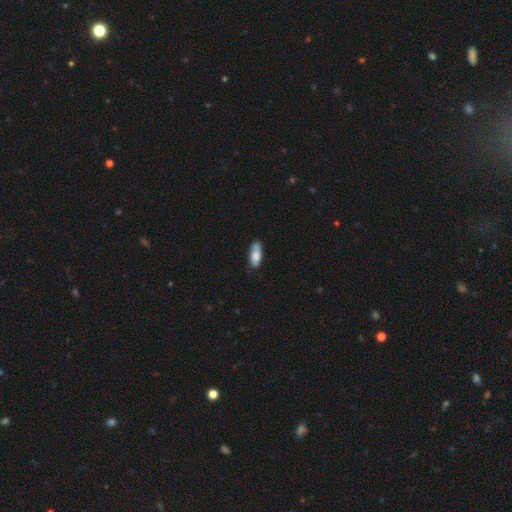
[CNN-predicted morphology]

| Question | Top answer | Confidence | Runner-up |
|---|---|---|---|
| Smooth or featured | smooth | 73% | featured or disk (20%) |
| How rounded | in between | 79% | cigar-shaped (19%) |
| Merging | none | 69% | minor disturbance (24%) |